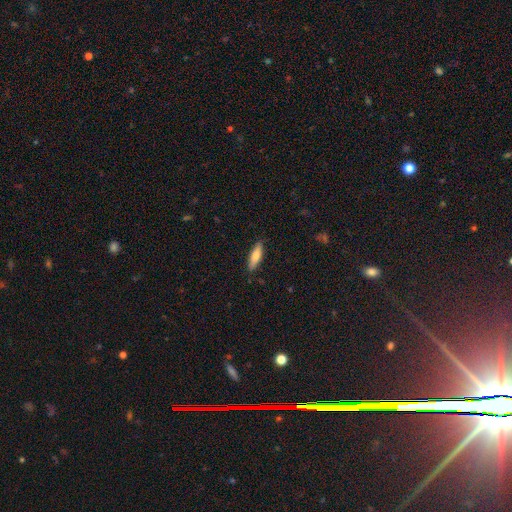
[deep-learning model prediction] Smooth or featured: smooth — 75% (featured or disk — 20%)
How rounded: cigar-shaped — 54% (in between — 44%)
Merging: none — 88% (minor disturbance — 9%)